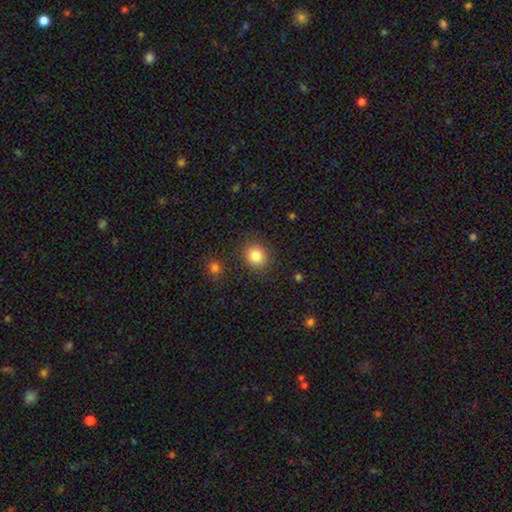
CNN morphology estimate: Smooth or featured? Predicted: smooth (p=0.84). How rounded? Predicted: round (p=0.82). Merging? Predicted: none (p=0.86).